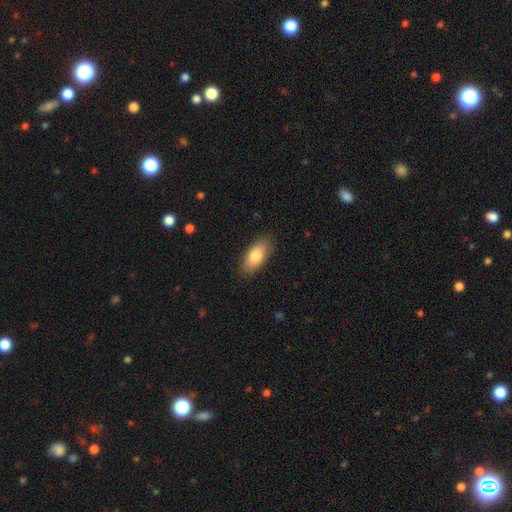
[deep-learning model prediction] A smooth galaxy with no disk features (80%) that is in between round and cigar-shaped (87%).

Vote fractions:
- Smooth or featured? smooth: 80% / featured or disk: 14% / star or artifact: 6%
- How rounded? in between: 87% / cigar-shaped: 10% / round: 3%
- Merging? none: 86% / minor disturbance: 11% / major disturbance: 2% / merger: 1%